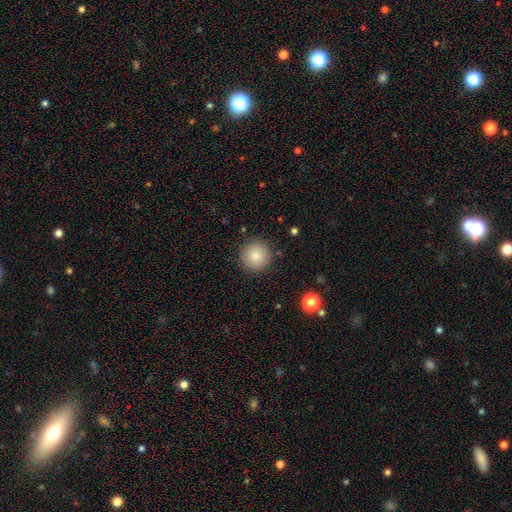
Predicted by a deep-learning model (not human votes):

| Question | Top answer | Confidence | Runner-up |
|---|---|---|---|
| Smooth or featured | smooth | 84% | star or artifact (9%) |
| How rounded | round | 95% | in between (4%) |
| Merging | none | 89% | minor disturbance (7%) |